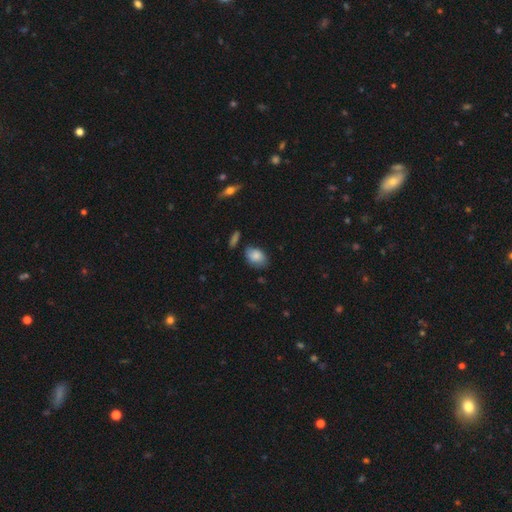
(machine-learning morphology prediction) This is clearly a smooth galaxy (81%). How rounded: clearly in between (82%). Merging: likely none (65%).